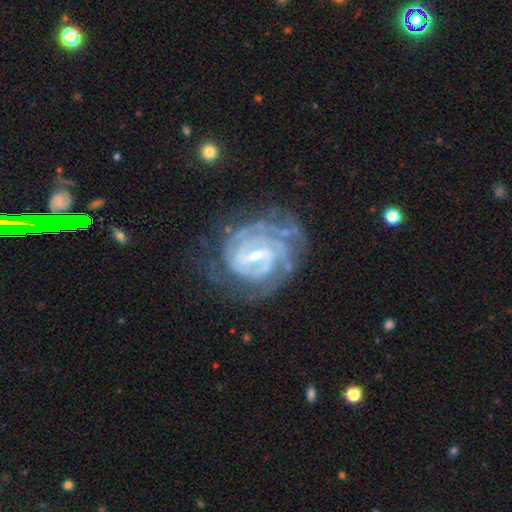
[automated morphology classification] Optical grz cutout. It shows a featured or disk galaxy (90%) with a weak bar (49%), tight (73%) spiral arms (96%) and a small central bulge (61%). Merging: none (63%).